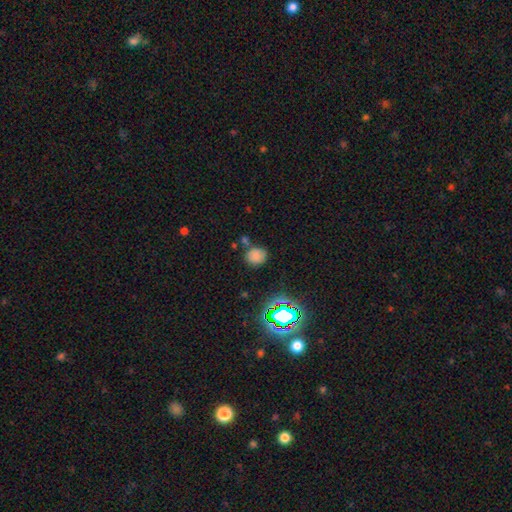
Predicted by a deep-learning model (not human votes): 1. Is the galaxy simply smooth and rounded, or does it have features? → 75% smooth, 18% star or artifact, 7% featured or disk.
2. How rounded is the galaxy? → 77% round, 22% in between, 1% cigar-shaped.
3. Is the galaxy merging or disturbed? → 71% none, 14% minor disturbance, 11% merger, 4% major disturbance.